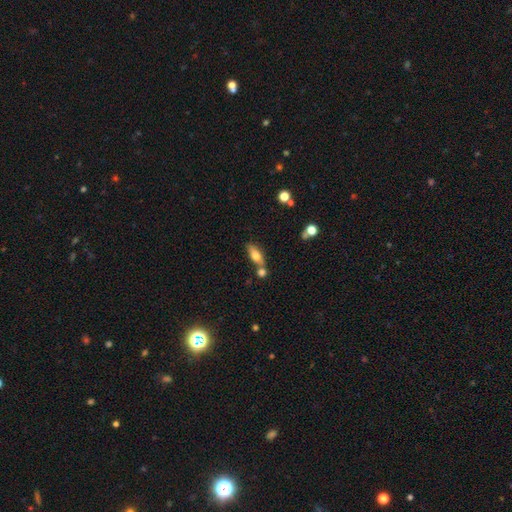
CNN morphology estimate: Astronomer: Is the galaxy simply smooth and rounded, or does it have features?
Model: smooth — 68%.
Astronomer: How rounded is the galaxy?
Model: in between — 72%.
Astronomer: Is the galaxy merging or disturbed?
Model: none — 56%.